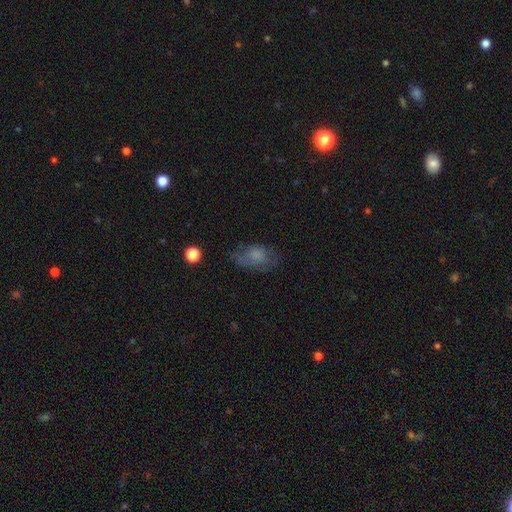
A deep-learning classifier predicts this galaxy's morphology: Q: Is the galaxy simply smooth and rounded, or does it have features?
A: smooth — 59%.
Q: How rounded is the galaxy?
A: in between — 85%.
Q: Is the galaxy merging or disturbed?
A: none — 51%.